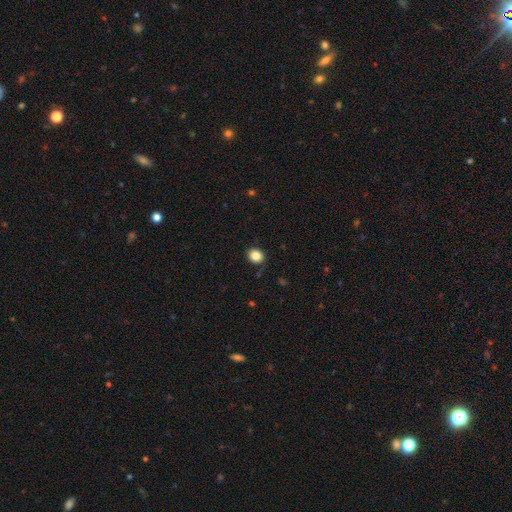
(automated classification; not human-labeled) A smooth galaxy with no disk features (85%) that is round (67%).

Vote fractions:
- Smooth or featured? smooth: 85% / star or artifact: 10% / featured or disk: 5%
- How rounded? round: 67% / in between: 32% / cigar-shaped: 1%
- Merging? none: 87% / minor disturbance: 9% / major disturbance: 2% / merger: 1%